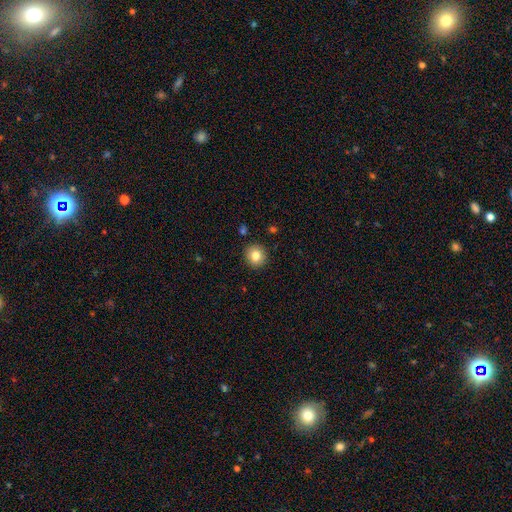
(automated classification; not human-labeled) Smooth or featured: smooth — 82% (star or artifact — 10%)
How rounded: round — 90% (in between — 9%)
Merging: none — 91% (minor disturbance — 6%)